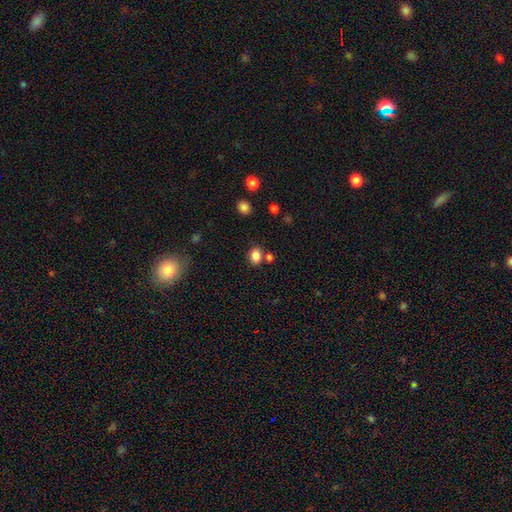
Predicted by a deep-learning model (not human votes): A smooth galaxy with no disk features (84%) that is in between round and cigar-shaped (60%). Merging: none (70%).